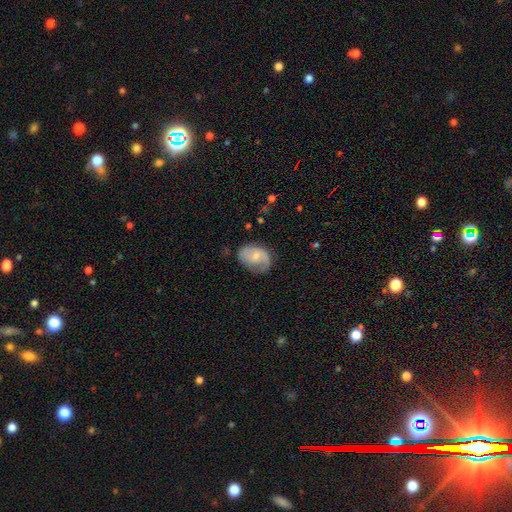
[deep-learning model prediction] Smooth or featured?
  - featured or disk: 53% *
  - smooth: 41%
  - star or artifact: 7%
Edge-on disk?
  - no: 96% *
  - yes: 4%
Bar?
  - no: 56% *
  - weak: 37%
  - strong: 7%
Spiral arms?
  - yes: 79% *
  - no: 21%
Bulge size?
  - small: 50% *
  - moderate: 41%
  - none: 5%
  - large: 3%
  - dominant: 1%
Merging?
  - none: 54% *
  - minor disturbance: 29%
  - major disturbance: 15%
  - merger: 2%